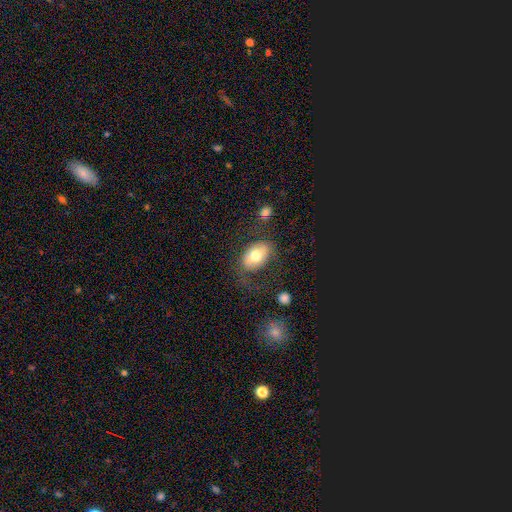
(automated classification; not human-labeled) smooth-or-featured: smooth: 66% | featured or disk: 27% | star or artifact: 7%
  how-rounded: in between: 86% | round: 12% | cigar-shaped: 1%
  merging: none: 64% | minor disturbance: 19% | major disturbance: 14% | merger: 4%